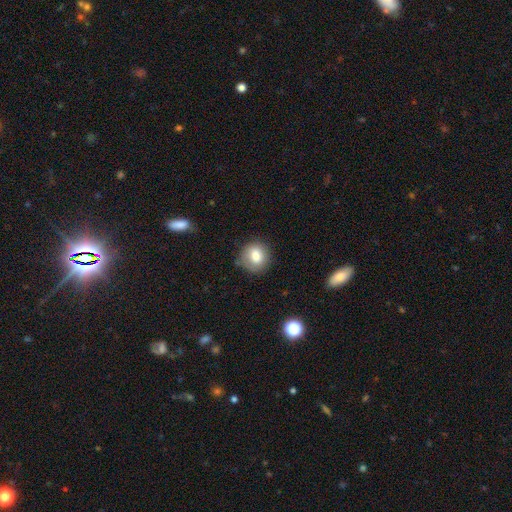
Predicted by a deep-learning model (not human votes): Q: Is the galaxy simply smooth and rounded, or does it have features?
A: smooth — 82%.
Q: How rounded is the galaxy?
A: round — 81%.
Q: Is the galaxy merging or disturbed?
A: none — 75%.